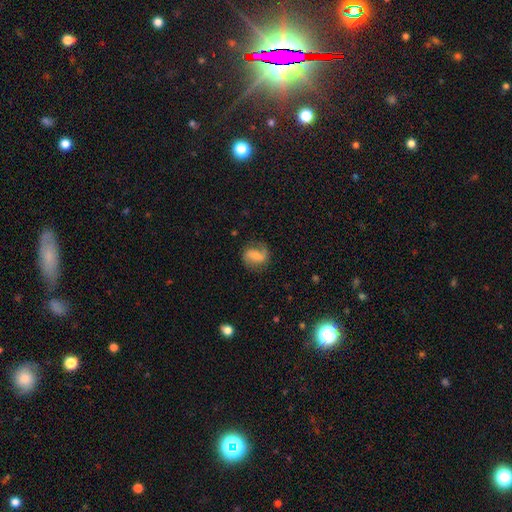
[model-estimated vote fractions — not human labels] Overall: featured or disk (60%; smooth 32%). Edge-on disk: no (97%). Bar: weak (43%; no 31%). Spiral arms: yes (90%). Spiral arm count: 2 (79%). Spiral winding: loose (43%; medium 41%). Bulge size: small (37%; none 27%). Merging: none (68%).